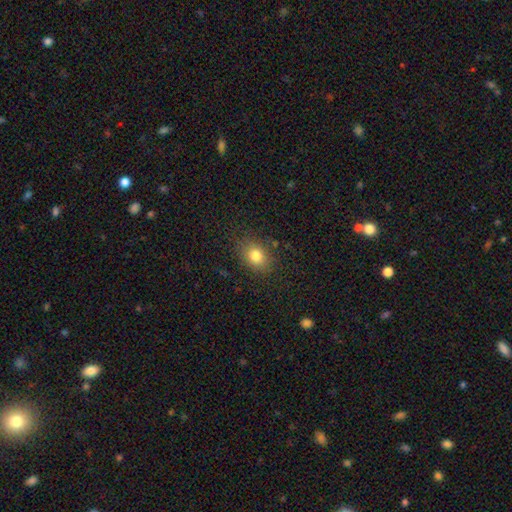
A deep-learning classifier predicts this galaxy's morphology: A smooth galaxy with no disk features (81%) that is in between round and cigar-shaped (57%). Merging: none (83%).